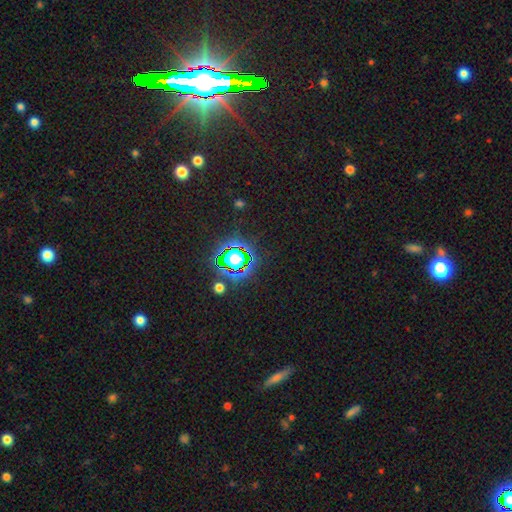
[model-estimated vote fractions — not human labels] smooth_or_featured: star or artifact (p=0.83) [alt: smooth p=0.09]